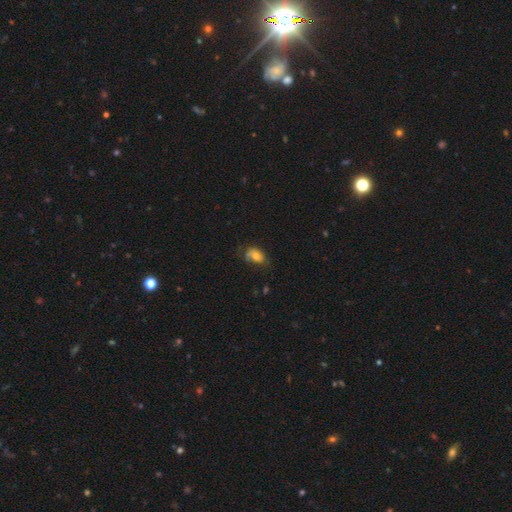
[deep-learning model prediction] Morphology: type=smooth (65%); roundness=in between (82%); merging=none (45%).